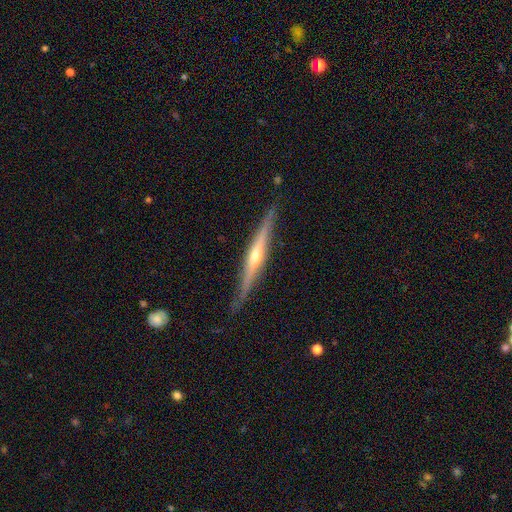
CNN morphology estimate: Smooth or featured: featured or disk — 76% (smooth — 19%)
Edge-on disk: yes — 97% (no — 3%)
Edge-on bulge: rounded — 75% (none — 19%)
Merging: none — 85% (minor disturbance — 12%)